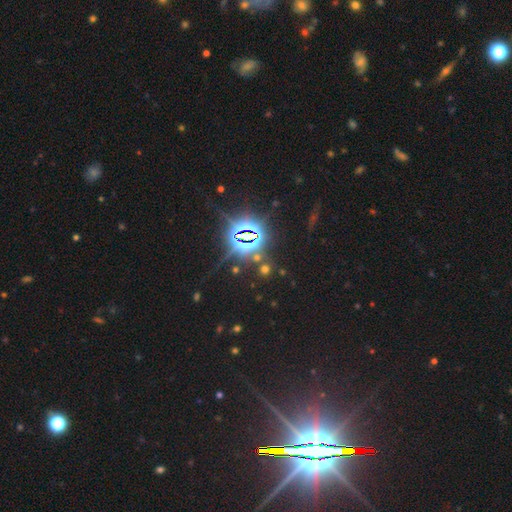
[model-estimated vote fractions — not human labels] A star or artifact, not a galaxy (84%).